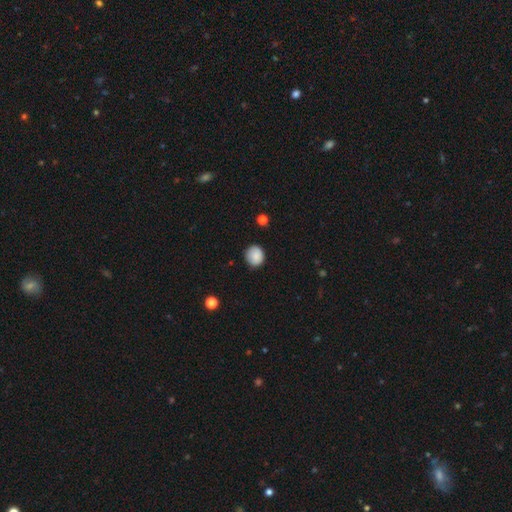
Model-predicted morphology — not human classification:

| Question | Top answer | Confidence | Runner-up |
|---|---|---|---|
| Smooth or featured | smooth | 87% | star or artifact (9%) |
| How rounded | round | 82% | in between (17%) |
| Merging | none | 83% | minor disturbance (13%) |